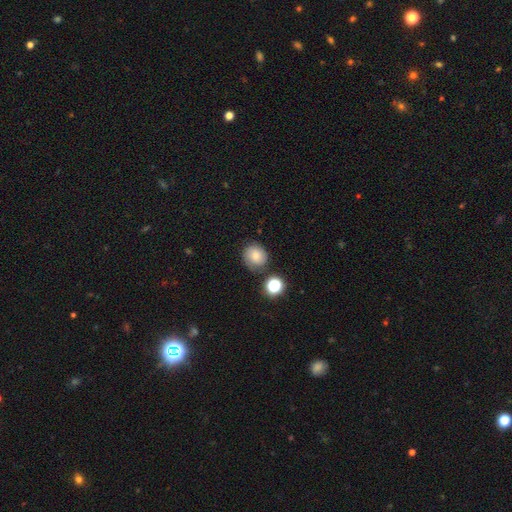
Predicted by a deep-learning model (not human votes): smooth_or_featured: smooth (p=0.68) [alt: featured or disk p=0.19]
how_rounded: round (p=0.81) [alt: in between p=0.18]
merging: none (p=0.74) [alt: minor disturbance p=0.16]